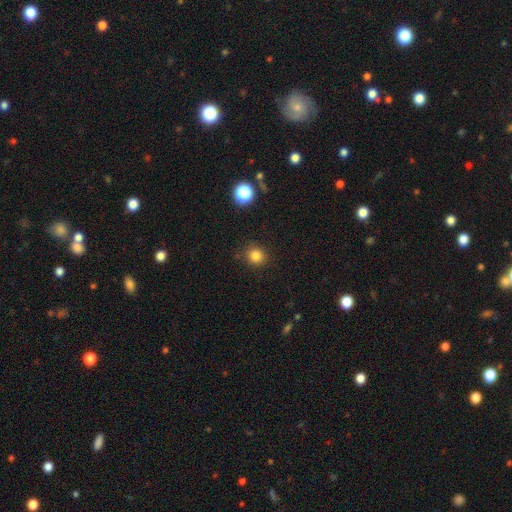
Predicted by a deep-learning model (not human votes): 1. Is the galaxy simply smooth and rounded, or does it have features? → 82% smooth, 13% star or artifact, 4% featured or disk.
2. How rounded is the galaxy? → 87% round, 12% in between, 1% cigar-shaped.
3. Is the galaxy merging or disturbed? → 86% none, 10% minor disturbance, 3% major disturbance, 2% merger.